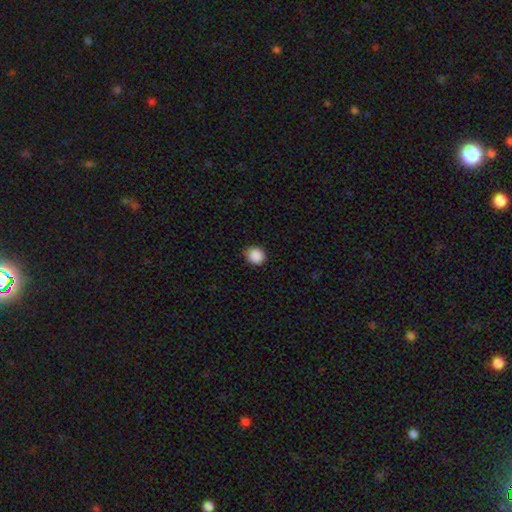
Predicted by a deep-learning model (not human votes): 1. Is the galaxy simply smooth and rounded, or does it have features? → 89% smooth, 9% star or artifact, 2% featured or disk.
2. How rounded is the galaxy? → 82% round, 17% in between, 1% cigar-shaped.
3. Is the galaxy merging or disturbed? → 85% none, 12% minor disturbance, 2% major disturbance, 1% merger.